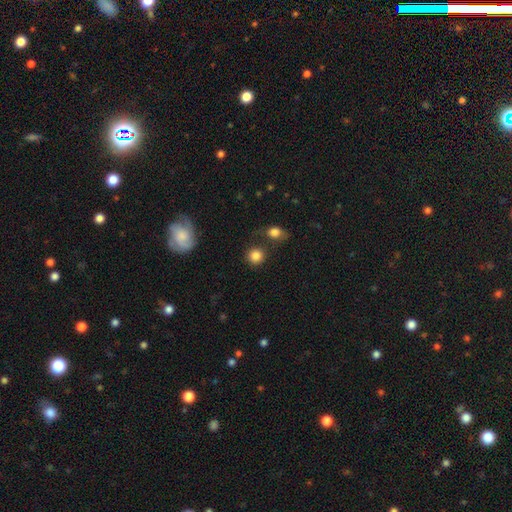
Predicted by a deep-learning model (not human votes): A smooth galaxy with no disk features (84%) that is round (90%). Merging: none (75%).